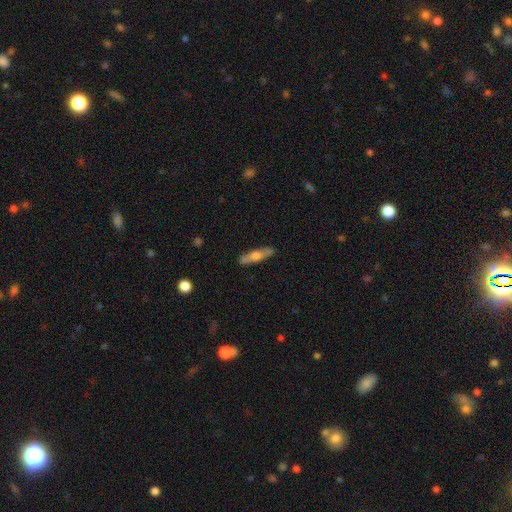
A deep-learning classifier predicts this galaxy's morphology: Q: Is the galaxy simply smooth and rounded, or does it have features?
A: featured or disk — 49%.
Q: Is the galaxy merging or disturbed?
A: none — 85%.